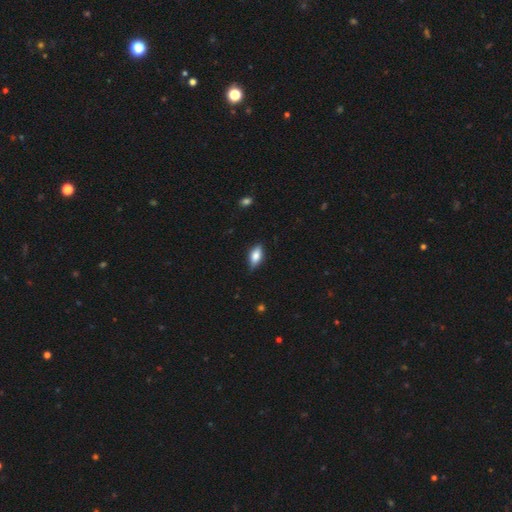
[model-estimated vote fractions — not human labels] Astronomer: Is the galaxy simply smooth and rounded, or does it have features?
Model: smooth — 70%.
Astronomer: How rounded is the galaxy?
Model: in between — 84%.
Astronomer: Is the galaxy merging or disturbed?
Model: none — 78%.